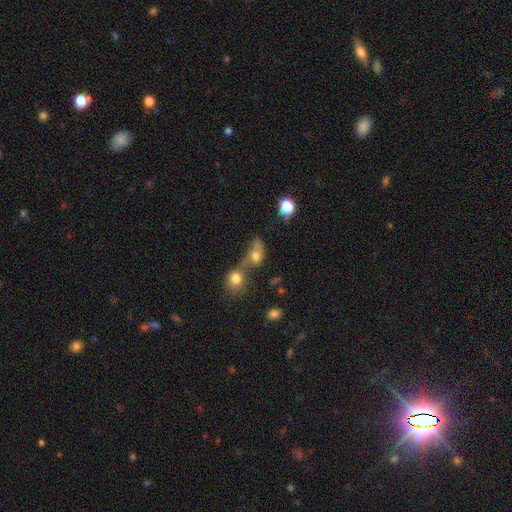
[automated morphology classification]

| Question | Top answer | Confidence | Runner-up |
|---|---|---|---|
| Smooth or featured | smooth | 64% | featured or disk (22%) |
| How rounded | in between | 60% | round (35%) |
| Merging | merger | 66% | none (16%) |